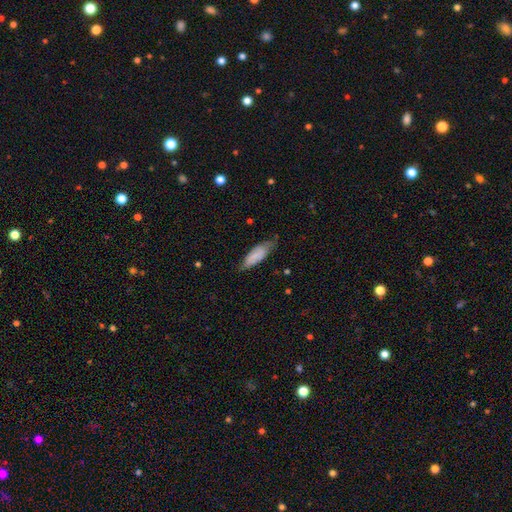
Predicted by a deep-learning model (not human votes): Smooth or featured? Predicted: smooth (p=0.76). How rounded? Predicted: in between (p=0.67). Merging? Predicted: none (p=0.62).